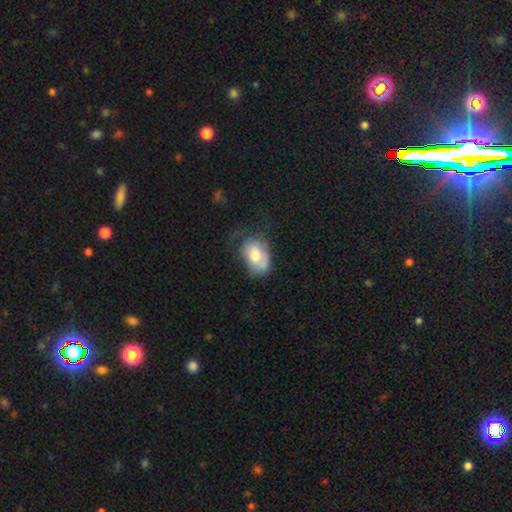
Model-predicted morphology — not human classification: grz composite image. It shows a smooth galaxy with no disk features (67%) that is in between round and cigar-shaped (83%). Merging: none (38%).